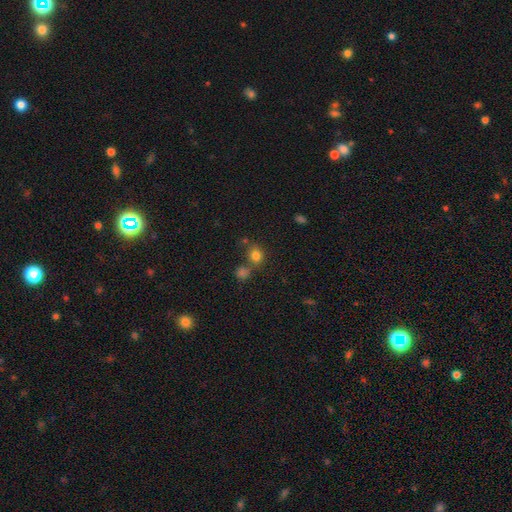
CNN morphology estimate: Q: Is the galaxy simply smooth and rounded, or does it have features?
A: smooth — 78%.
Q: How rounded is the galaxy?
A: round — 72%.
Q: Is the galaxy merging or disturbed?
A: none — 61%.